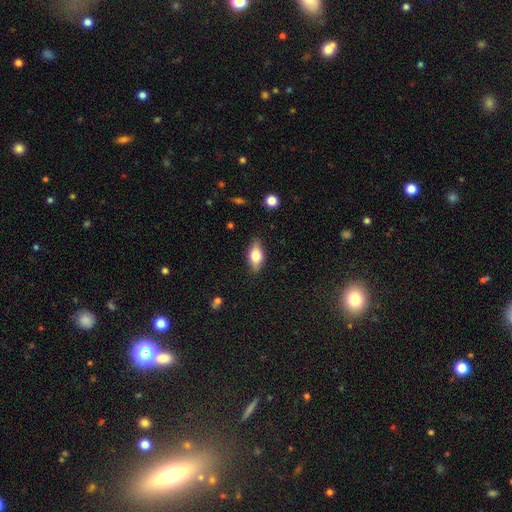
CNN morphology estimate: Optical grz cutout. It shows a smooth galaxy with no disk features (61%) that is in between round and cigar-shaped (81%). Merging: none (84%).